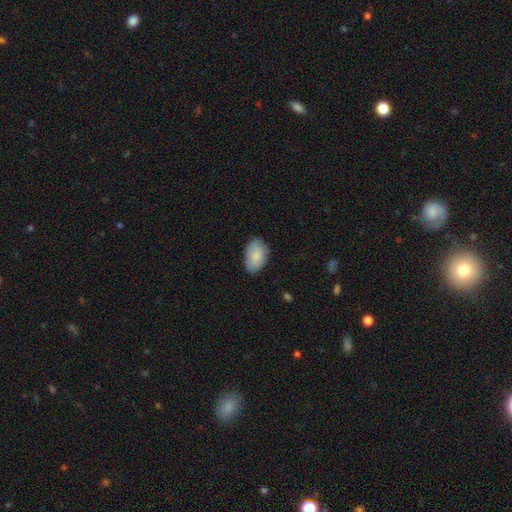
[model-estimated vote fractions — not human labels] This appears to be a smooth galaxy with no disk features (84%) that is in between round and cigar-shaped (92%). Merging: none (78%).